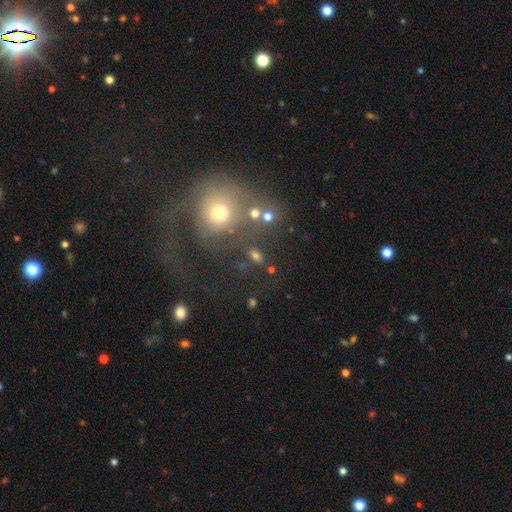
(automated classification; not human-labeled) Smooth or featured?
  - smooth: 66% *
  - star or artifact: 21%
  - featured or disk: 13%
How rounded?
  - in between: 56% *
  - round: 40%
  - cigar-shaped: 4%
Merging?
  - none: 68% *
  - merger: 12%
  - minor disturbance: 12%
  - major disturbance: 8%